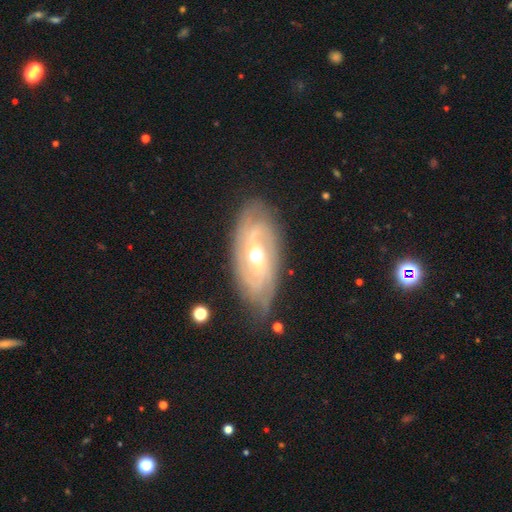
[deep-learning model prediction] A featured or disk galaxy (83%) with no bar (47%), 2 (49%) tight (52%) spiral arms (93%) and a moderate central bulge (73%). Merging: none (74%).